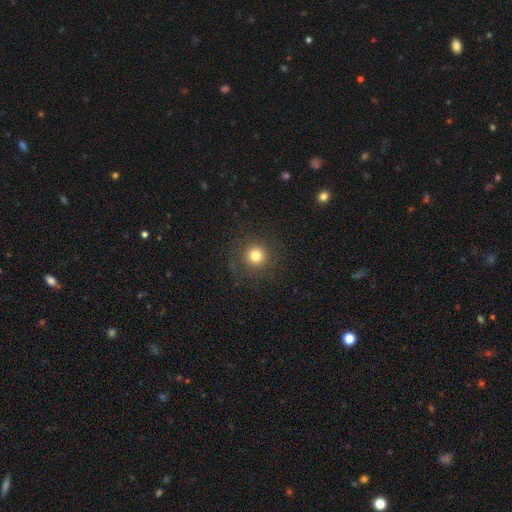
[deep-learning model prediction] Smooth or featured? Predicted: smooth (p=0.78). How rounded? Predicted: round (p=0.95). Merging? Predicted: none (p=0.87).